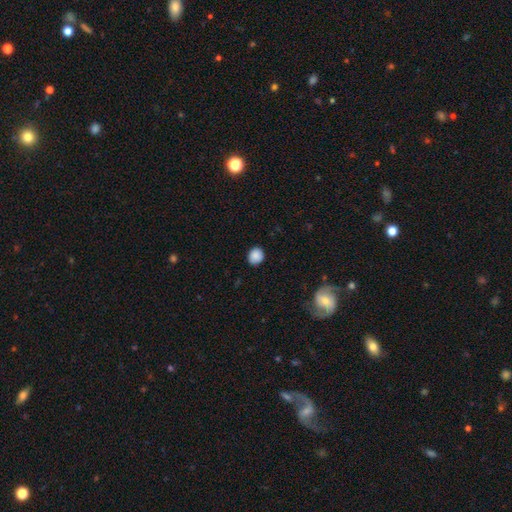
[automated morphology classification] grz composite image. It shows a smooth galaxy with no disk features (87%) that is round (80%). Merging: none (87%).